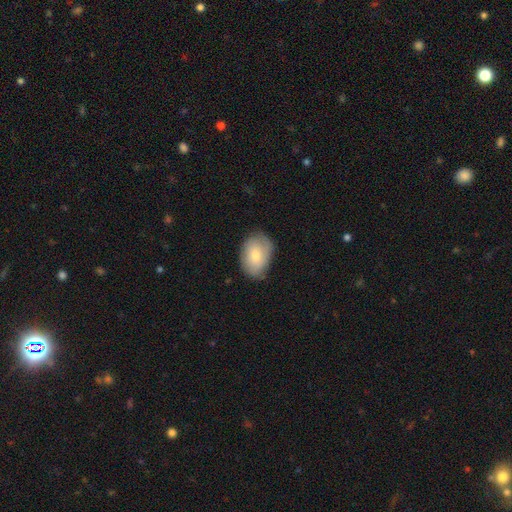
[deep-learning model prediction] The model was most divided on "merging": none: 69%, minor disturbance: 24%, major disturbance: 5%, merger: 1%. More confident: how rounded — in between (81%); smooth or featured — smooth (71%).